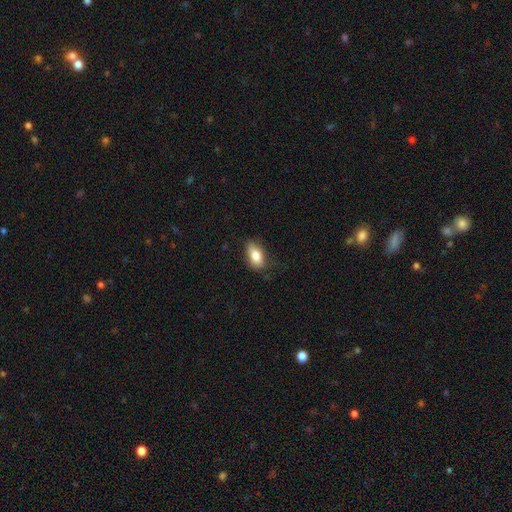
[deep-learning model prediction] smooth_or_featured: smooth (p=0.81) [alt: featured or disk p=0.11]
how_rounded: in between (p=0.89) [alt: round p=0.06]
merging: none (p=0.69) [alt: minor disturbance p=0.23]